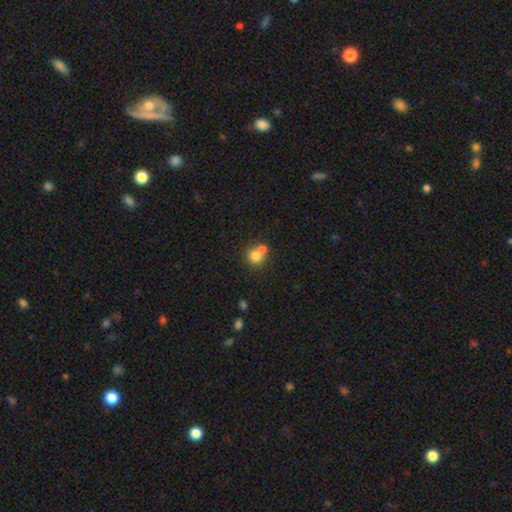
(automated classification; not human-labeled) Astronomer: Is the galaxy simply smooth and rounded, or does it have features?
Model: smooth — 76%.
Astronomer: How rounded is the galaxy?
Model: round — 86%.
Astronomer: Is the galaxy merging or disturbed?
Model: none — 45%, tied with merger at 45%.